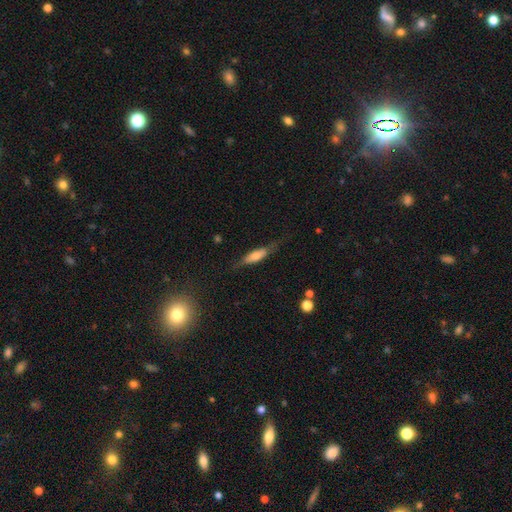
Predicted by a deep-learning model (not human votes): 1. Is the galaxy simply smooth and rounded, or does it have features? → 49% smooth, 44% featured or disk, 7% star or artifact.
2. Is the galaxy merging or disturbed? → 64% none, 22% minor disturbance, 11% major disturbance, 2% merger.